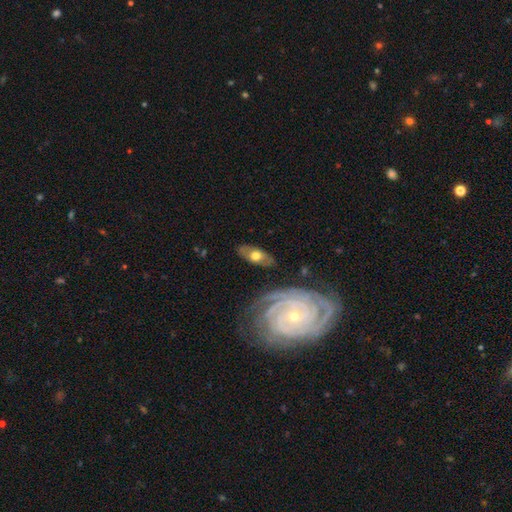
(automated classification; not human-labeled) A featured or disk galaxy (57%).

Vote fractions:
- Smooth or featured? featured or disk: 57% / smooth: 37% / star or artifact: 6%
- Edge-on disk? no: 78% / yes: 22%
- Merging? none: 77% / minor disturbance: 15% / major disturbance: 4% / merger: 4%